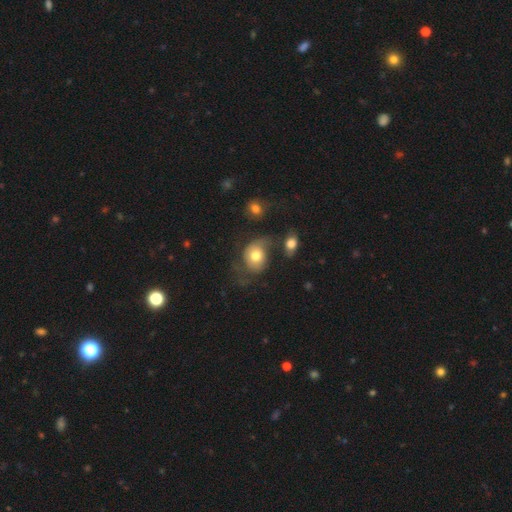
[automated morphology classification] Overall: smooth (68%). How rounded: in between (51%; round 48%). Merging: none (34%; major disturbance 27%).